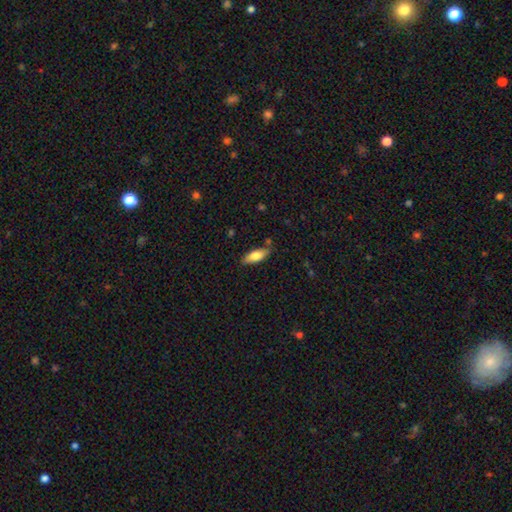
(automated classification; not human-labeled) A smooth galaxy with no disk features (77%) that is in between round and cigar-shaped (72%).

Vote fractions:
- Smooth or featured? smooth: 77% / featured or disk: 17% / star or artifact: 6%
- How rounded? in between: 72% / cigar-shaped: 26% / round: 2%
- Merging? none: 79% / minor disturbance: 15% / merger: 3% / major disturbance: 3%